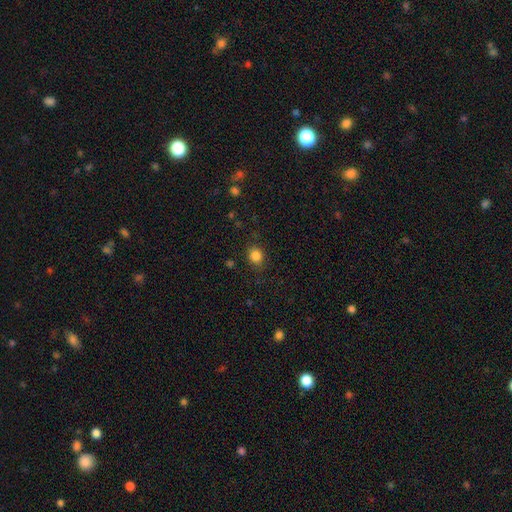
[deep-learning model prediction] smooth_or_featured: smooth (p=0.84) [alt: star or artifact p=0.12]
how_rounded: round (p=0.73) [alt: in between p=0.26]
merging: none (p=0.83) [alt: minor disturbance p=0.12]